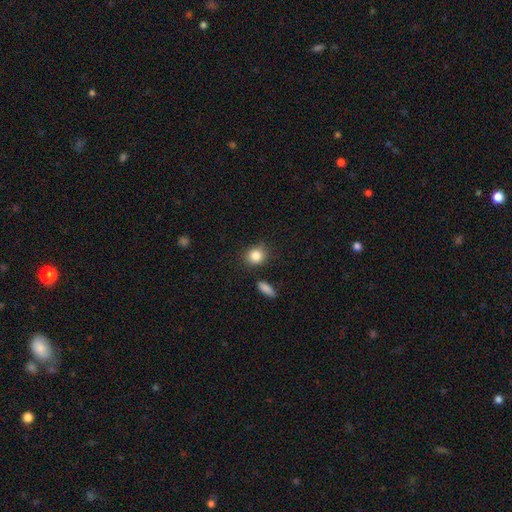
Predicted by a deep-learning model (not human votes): This appears to be a smooth galaxy with no disk features (86%) that is round (74%). Merging: none (84%).